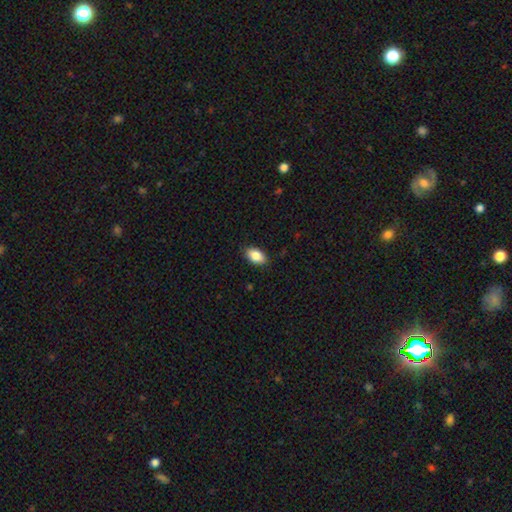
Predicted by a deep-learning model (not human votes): A smooth galaxy with no disk features (87%) that is in between round and cigar-shaped (92%).

Vote fractions:
- Smooth or featured? smooth: 87% / star or artifact: 7% / featured or disk: 6%
- How rounded? in between: 92% / round: 6% / cigar-shaped: 2%
- Merging? none: 88% / minor disturbance: 9% / major disturbance: 2% / merger: 1%